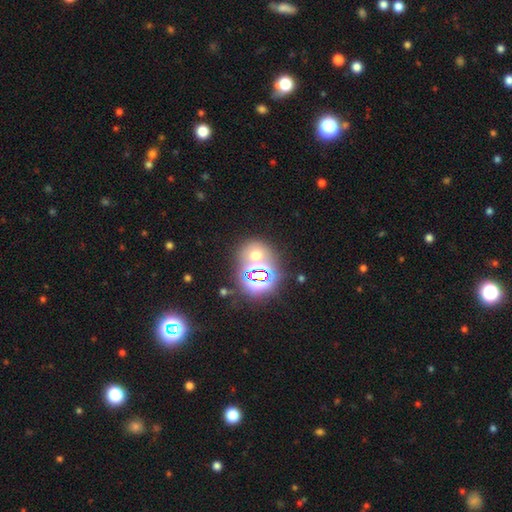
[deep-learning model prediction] Smooth or featured? Predicted: star or artifact (p=0.45).